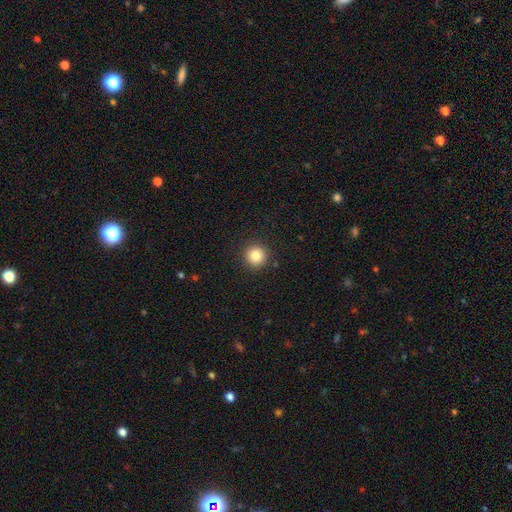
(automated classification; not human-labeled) A smooth galaxy with no disk features (85%) that is round (95%). Merging: none (91%).